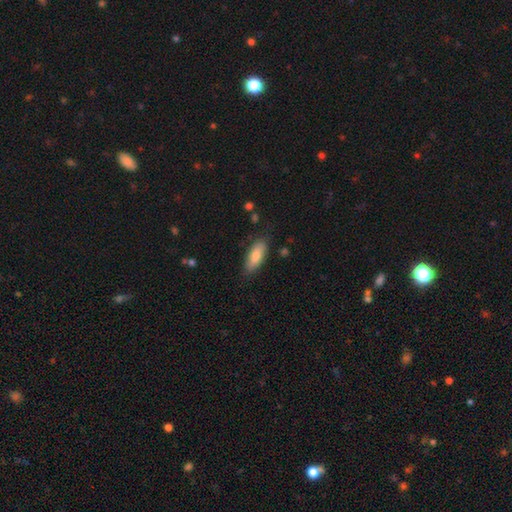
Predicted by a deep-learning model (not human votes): smooth-or-featured: smooth: 77% | featured or disk: 17% | star or artifact: 7%
  how-rounded: in between: 73% | cigar-shaped: 25% | round: 2%
  merging: none: 82% | minor disturbance: 14% | major disturbance: 3% | merger: 1%